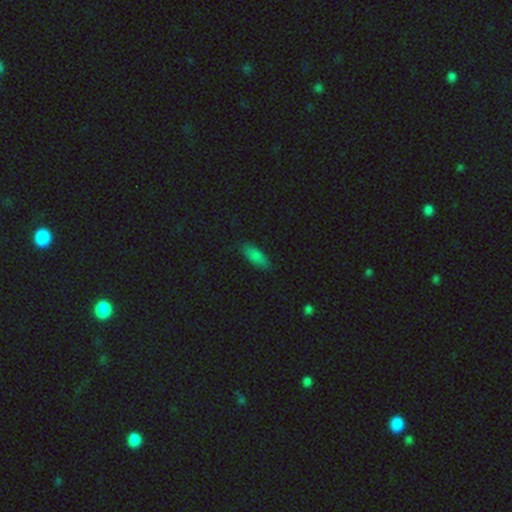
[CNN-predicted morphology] Smooth or featured?
  - smooth: 82% *
  - star or artifact: 11%
  - featured or disk: 7%
How rounded?
  - in between: 76% *
  - cigar-shaped: 22%
  - round: 2%
Merging?
  - none: 84% *
  - minor disturbance: 12%
  - major disturbance: 2%
  - merger: 1%